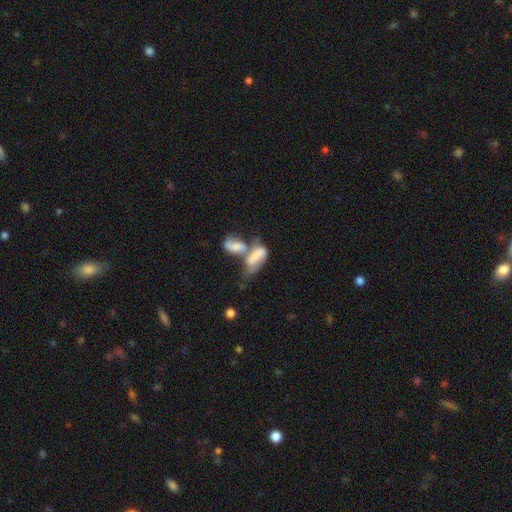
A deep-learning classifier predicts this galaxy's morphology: A smooth galaxy with no disk features (62%) that is in between round and cigar-shaped (83%).

Vote fractions:
- Smooth or featured? smooth: 62% / featured or disk: 30% / star or artifact: 9%
- How rounded? in between: 83% / cigar-shaped: 14% / round: 4%
- Merging? merger: 74% / major disturbance: 11% / none: 9% / minor disturbance: 7%